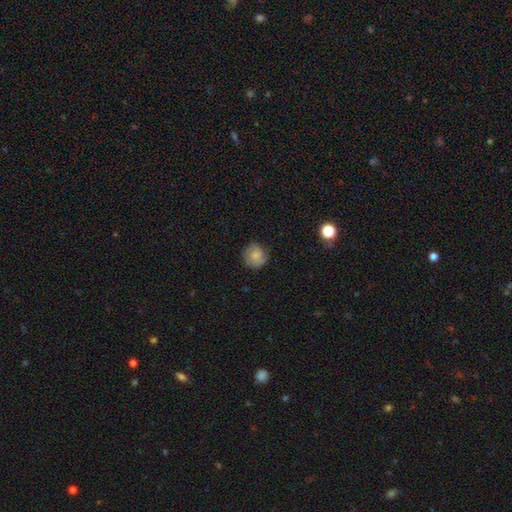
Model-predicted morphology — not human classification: A smooth galaxy with no disk features (72%) that is round (88%). Merging: none (78%).